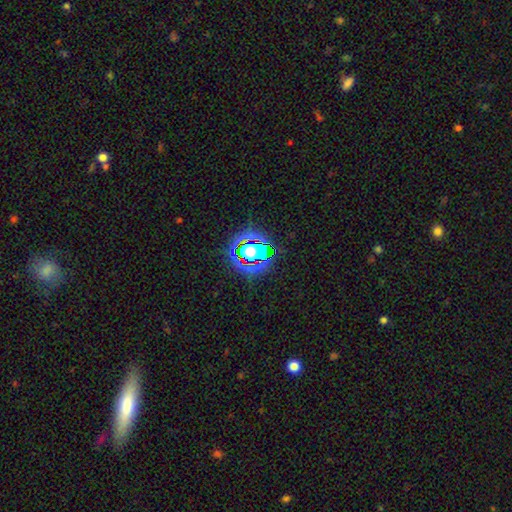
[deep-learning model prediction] Q: Smooth or featured?
A: star or artifact (75%); runner-up: smooth (16%)